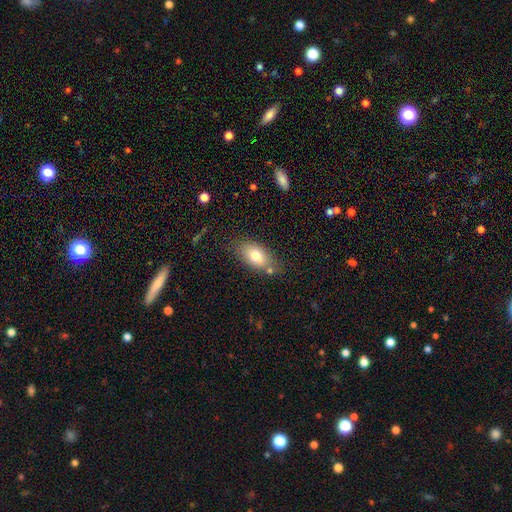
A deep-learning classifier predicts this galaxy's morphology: A smooth galaxy with no disk features (75%) that is in between round and cigar-shaped (88%). Merging: none (70%).